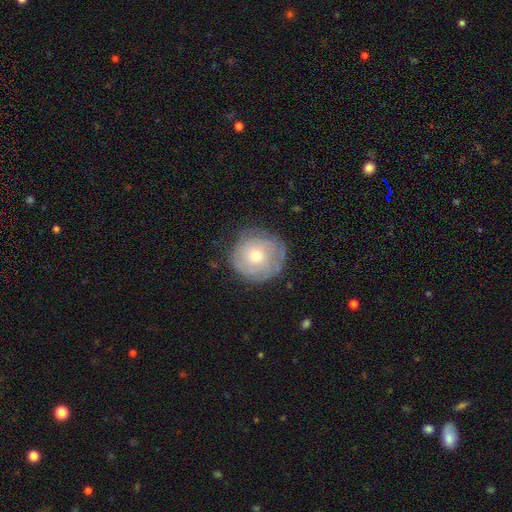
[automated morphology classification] Smooth or featured? Predicted: featured or disk (p=0.53). Edge-on disk? Predicted: no (p=0.97). Bar? Predicted: no (p=0.84). Spiral arms? Predicted: yes (p=0.74). Bulge size? Predicted: moderate (p=0.54). Merging? Predicted: none (p=0.78).